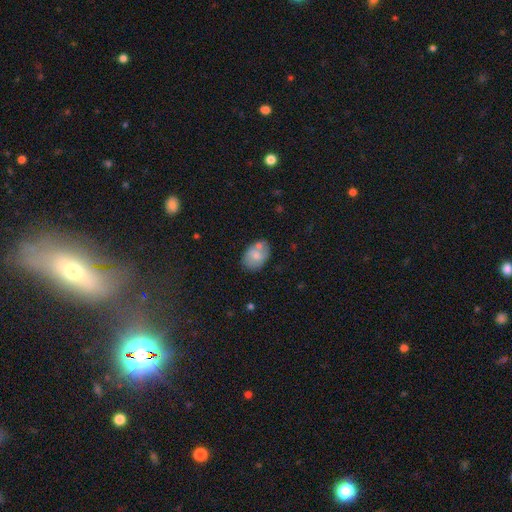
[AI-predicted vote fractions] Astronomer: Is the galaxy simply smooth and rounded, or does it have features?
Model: smooth — 67%.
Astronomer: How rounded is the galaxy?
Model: in between — 83%.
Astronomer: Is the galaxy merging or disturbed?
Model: none — 58%.